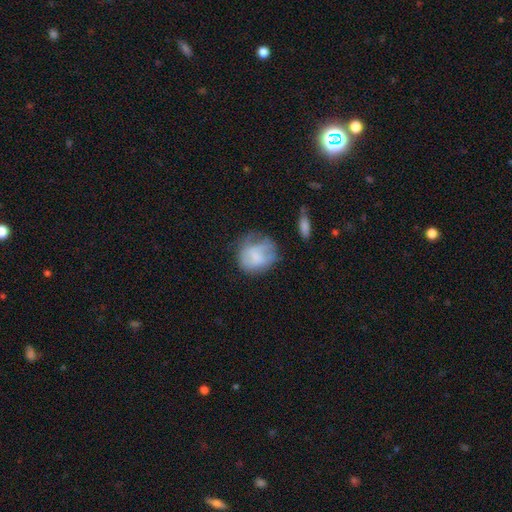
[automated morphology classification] A smooth galaxy with no disk features (61%) that is round (67%). Merging: none (42%).